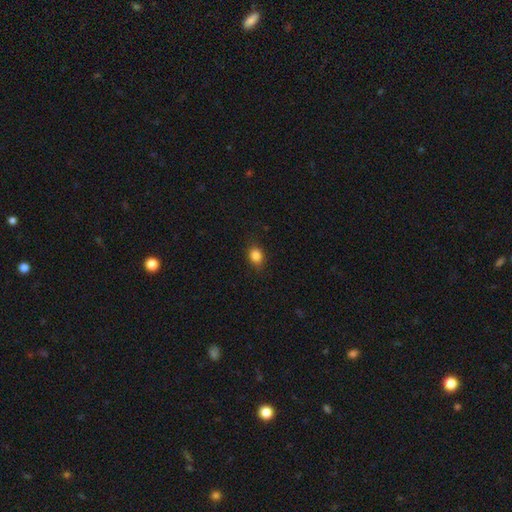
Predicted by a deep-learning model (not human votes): Smooth or featured: smooth — 85% (star or artifact — 10%)
How rounded: in between — 55% (round — 44%)
Merging: none — 84% (minor disturbance — 12%)